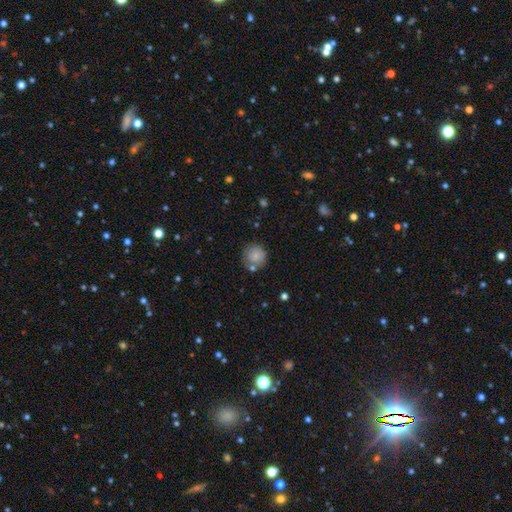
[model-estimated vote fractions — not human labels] Q: Smooth or featured?
A: smooth (82%); runner-up: featured or disk (10%)
Q: How rounded?
A: round (92%); runner-up: in between (7%)
Q: Merging?
A: none (74%); runner-up: minor disturbance (13%)